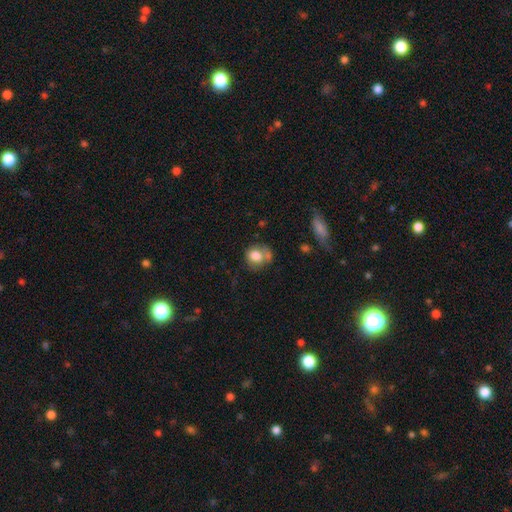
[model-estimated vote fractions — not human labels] Smooth or featured?
  - smooth: 76% *
  - featured or disk: 15%
  - star or artifact: 9%
How rounded?
  - round: 69% *
  - in between: 30%
  - cigar-shaped: 1%
Merging?
  - none: 44% *
  - minor disturbance: 23%
  - merger: 19%
  - major disturbance: 13%